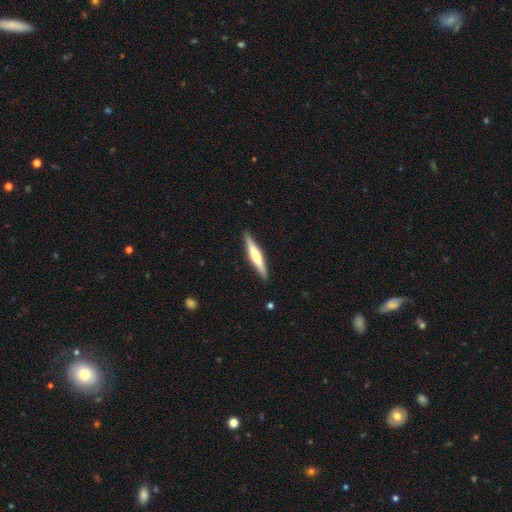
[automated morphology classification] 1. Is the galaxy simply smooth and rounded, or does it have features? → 59% featured or disk, 36% smooth, 5% star or artifact.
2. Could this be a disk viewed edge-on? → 97% yes, 3% no.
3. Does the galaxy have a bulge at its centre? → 67% rounded, 19% boxy, 15% none.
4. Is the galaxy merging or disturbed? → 90% none, 8% minor disturbance, 1% major disturbance, 1% merger.